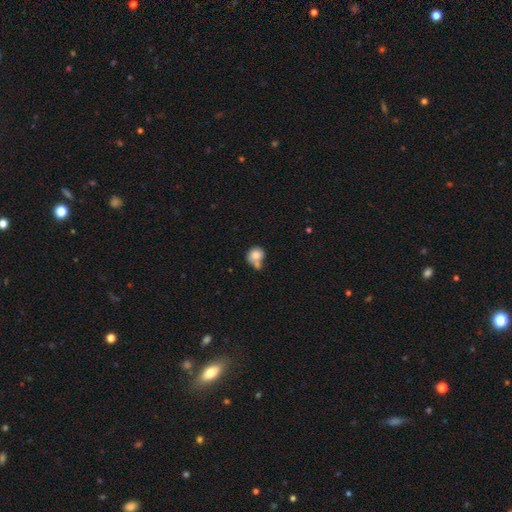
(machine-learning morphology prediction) smooth_or_featured: smooth (p=0.80) [alt: featured or disk p=0.12]
how_rounded: round (p=0.73) [alt: in between p=0.26]
merging: merger (p=0.43) [alt: none p=0.34]